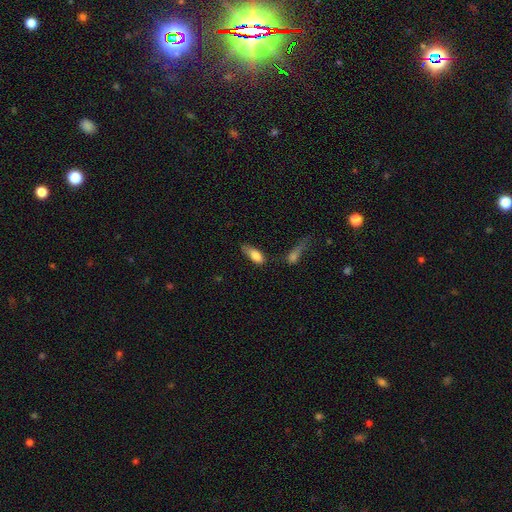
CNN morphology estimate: Smooth or featured? Predicted: smooth (p=0.81). How rounded? Predicted: in between (p=0.76). Merging? Predicted: none (p=0.36).